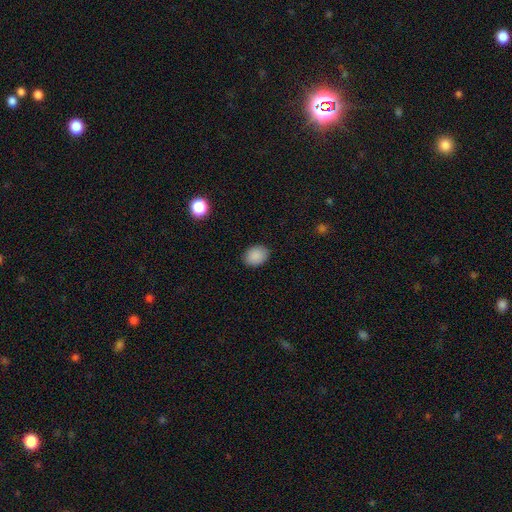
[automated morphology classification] type=smooth (88%); roundness=in between (65%); merging=none (88%).